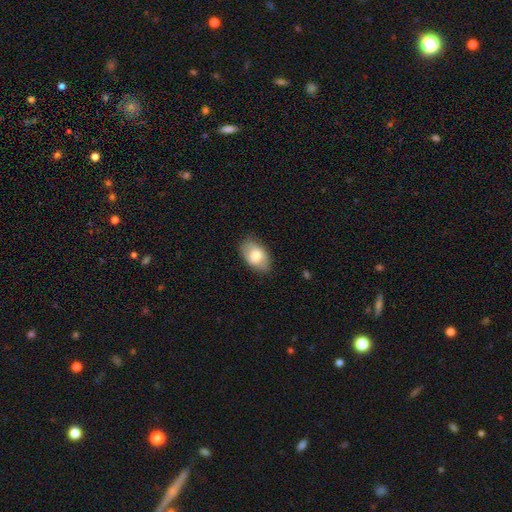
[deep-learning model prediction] Q: Smooth or featured?
A: smooth (75%); runner-up: featured or disk (19%)
Q: How rounded?
A: in between (90%); runner-up: round (9%)
Q: Merging?
A: none (81%); runner-up: minor disturbance (15%)